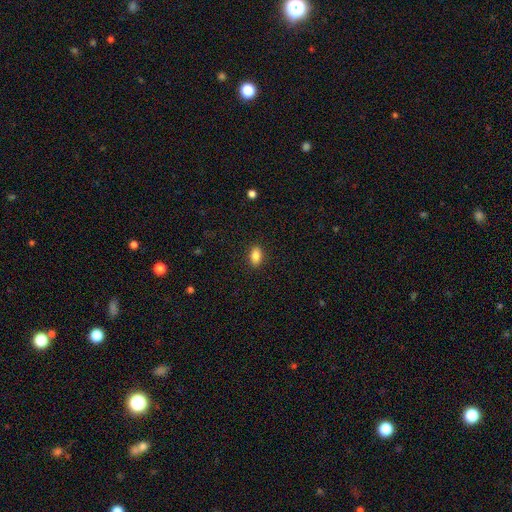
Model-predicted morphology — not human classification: The model was most divided on "smooth or featured": smooth: 86%, star or artifact: 8%, featured or disk: 6%. More confident: merging — none (89%); how rounded — in between (89%).